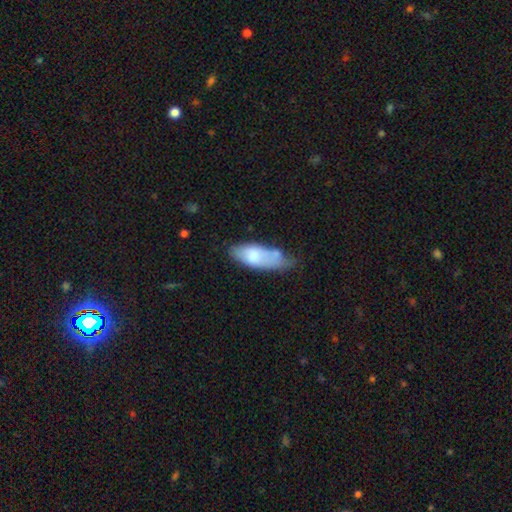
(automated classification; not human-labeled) Smooth or featured?
  - smooth: 72% *
  - featured or disk: 22%
  - star or artifact: 6%
How rounded?
  - in between: 75% *
  - cigar-shaped: 23%
  - round: 2%
Merging?
  - none: 39% *
  - minor disturbance: 38%
  - major disturbance: 13%
  - merger: 11%